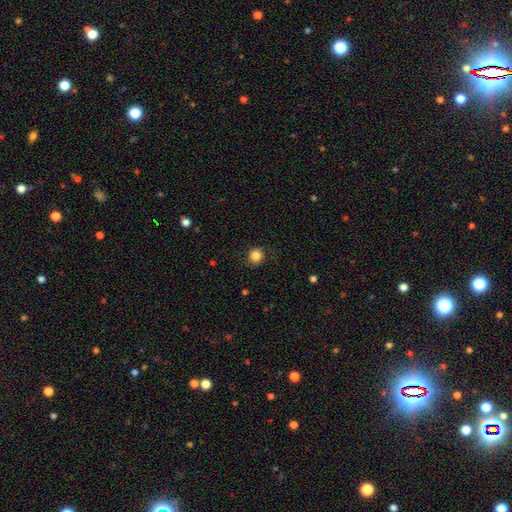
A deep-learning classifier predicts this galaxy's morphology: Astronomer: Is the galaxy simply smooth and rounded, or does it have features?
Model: smooth — 85%.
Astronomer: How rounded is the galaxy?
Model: round — 90%.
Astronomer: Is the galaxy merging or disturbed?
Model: none — 87%.